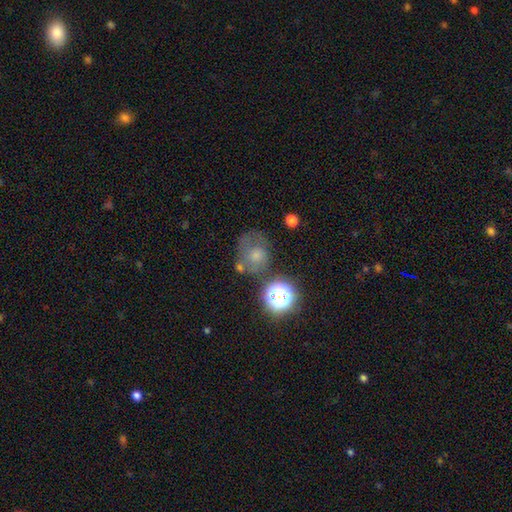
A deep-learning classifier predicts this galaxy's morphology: The model was most divided on "merging": none: 42%, minor disturbance: 25%, major disturbance: 23%, merger: 10%. More confident: how rounded — round (68%); smooth or featured — smooth (59%).